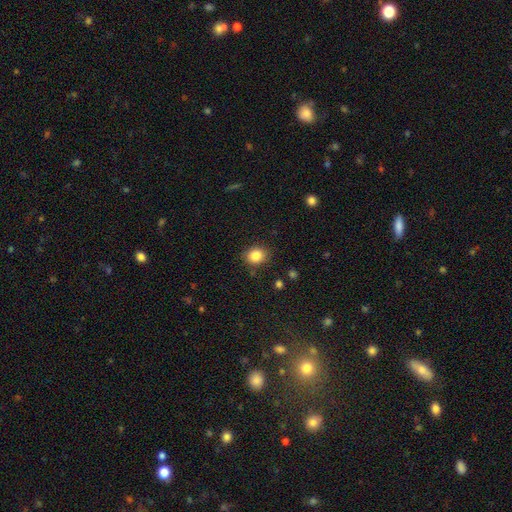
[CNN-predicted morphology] Smooth or featured? Predicted: smooth (p=0.84). How rounded? Predicted: round (p=0.65). Merging? Predicted: none (p=0.85).